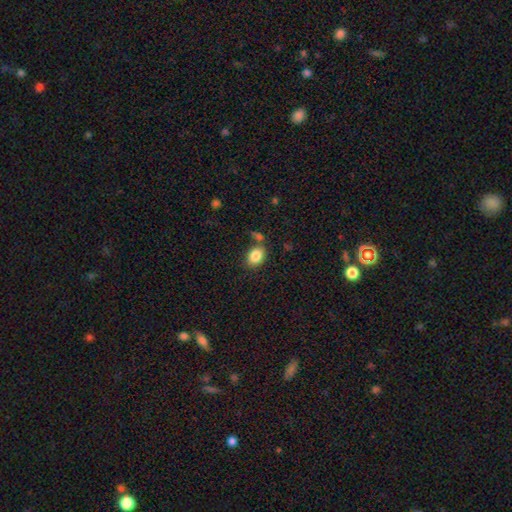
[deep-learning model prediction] smooth_or_featured: smooth (p=0.85) [alt: star or artifact p=0.08]
how_rounded: in between (p=0.73) [alt: round p=0.26]
merging: none (p=0.71) [alt: minor disturbance p=0.13]